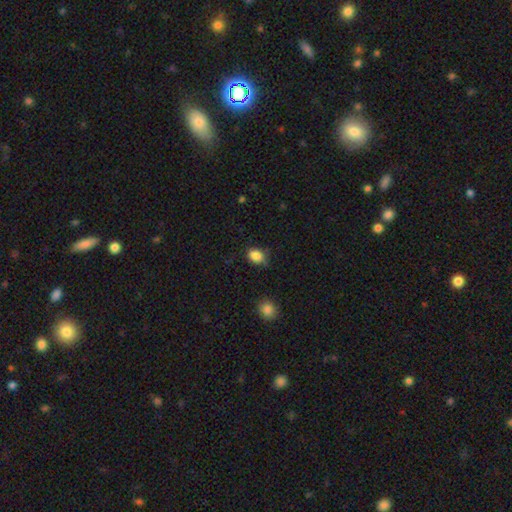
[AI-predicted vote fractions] Smooth or featured: smooth — 86% (star or artifact — 9%)
How rounded: in between — 62% (round — 37%)
Merging: none — 68% (minor disturbance — 25%)